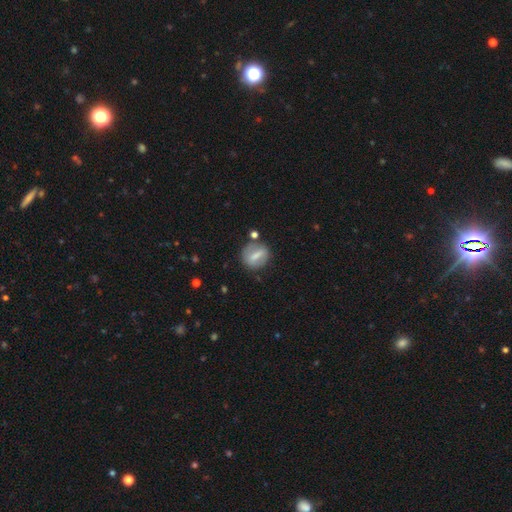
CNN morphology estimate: This appears to be a smooth galaxy with no disk features (53%) that is round (51%). Merging: none (74%).